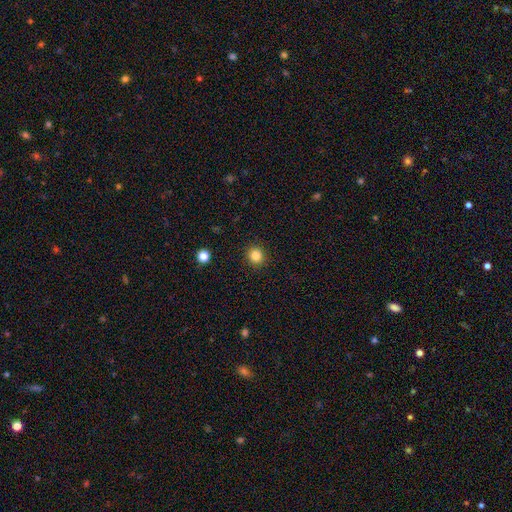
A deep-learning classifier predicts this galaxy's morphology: A smooth galaxy with no disk features (84%) that is round (90%). Merging: none (92%).